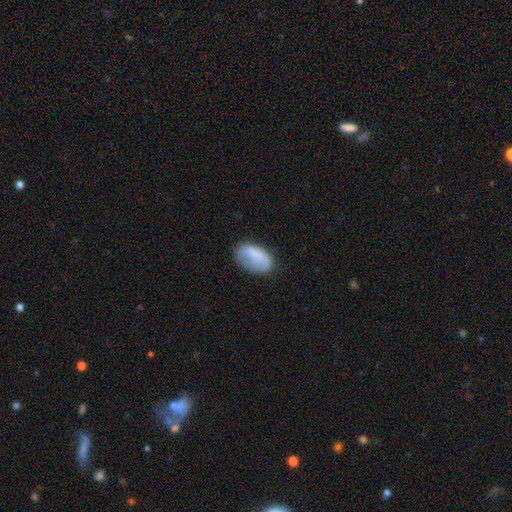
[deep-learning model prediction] Smooth or featured?
  - smooth: 74% *
  - featured or disk: 18%
  - star or artifact: 8%
How rounded?
  - in between: 93% *
  - round: 5%
  - cigar-shaped: 2%
Merging?
  - none: 55% *
  - minor disturbance: 29%
  - major disturbance: 14%
  - merger: 3%